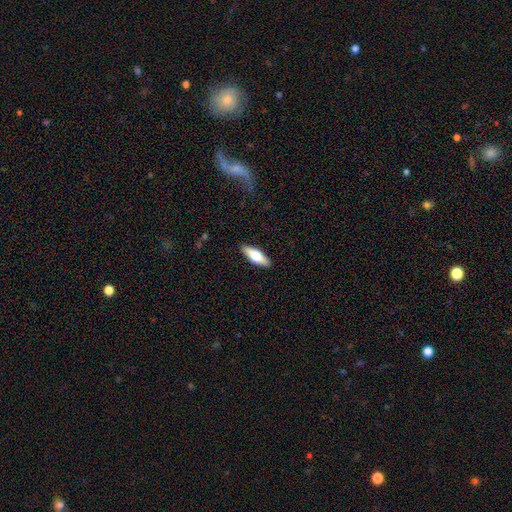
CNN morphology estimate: The model was most divided on "how rounded": in between: 55%, cigar-shaped: 42%, round: 2%. More confident: merging — none (90%); smooth or featured — smooth (55%).